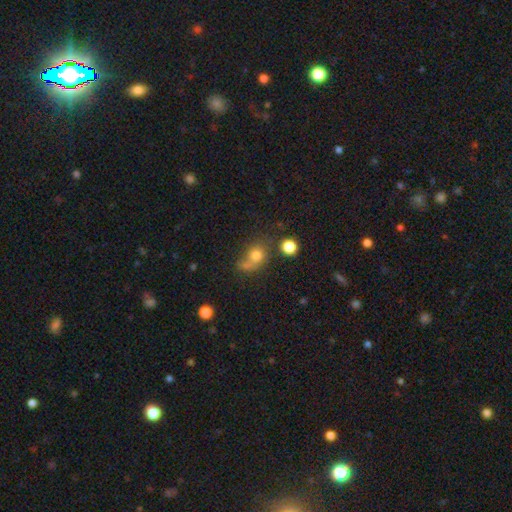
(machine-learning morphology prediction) smooth_or_featured: smooth (p=0.71) [alt: star or artifact p=0.15]
how_rounded: round (p=0.65) [alt: in between p=0.33]
merging: none (p=0.38) [alt: merger p=0.23]